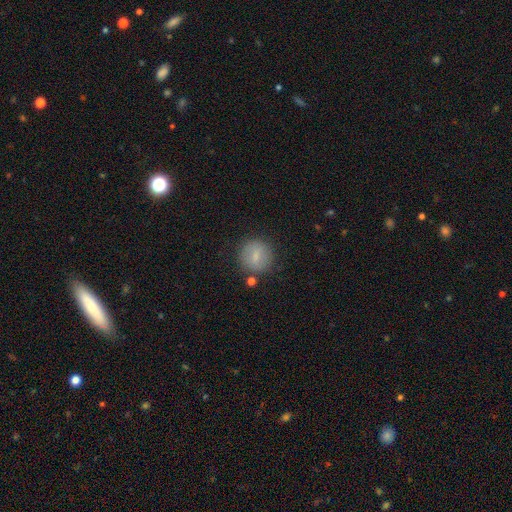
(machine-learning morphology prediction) smooth-or-featured: smooth: 74% | featured or disk: 17% | star or artifact: 9%
  how-rounded: round: 89% | in between: 10% | cigar-shaped: 1%
  merging: none: 80% | minor disturbance: 11% | merger: 4% | major disturbance: 4%